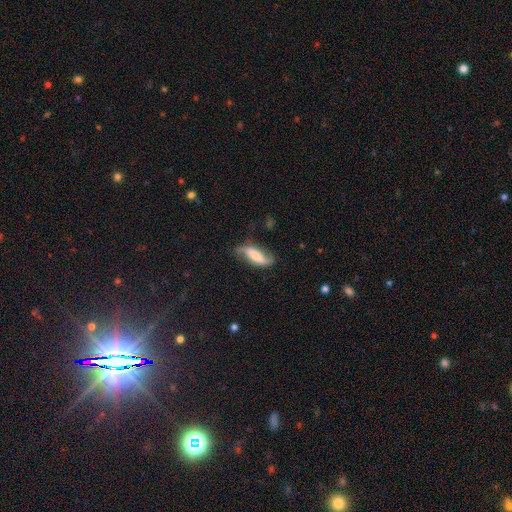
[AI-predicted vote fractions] smooth_or_featured: featured or disk (p=0.53) [alt: smooth p=0.40]
disk_edge_on: no (p=0.80) [alt: yes p=0.20]
merging: none (p=0.60) [alt: minor disturbance p=0.27]